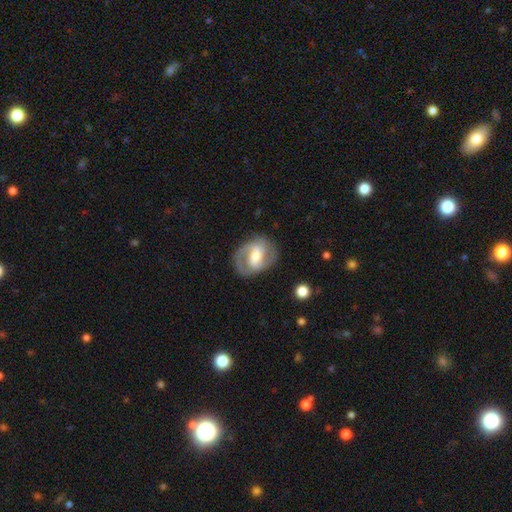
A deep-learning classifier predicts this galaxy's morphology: Smooth or featured? Predicted: featured or disk (p=0.77). Edge-on disk? Predicted: no (p=0.97). Bar? Predicted: weak (p=0.45). Spiral arms? Predicted: yes (p=0.89). Spiral winding? Predicted: medium (p=0.51). Spiral arm count? Predicted: 2 (p=0.83). Bulge size? Predicted: moderate (p=0.57). Merging? Predicted: none (p=0.78).